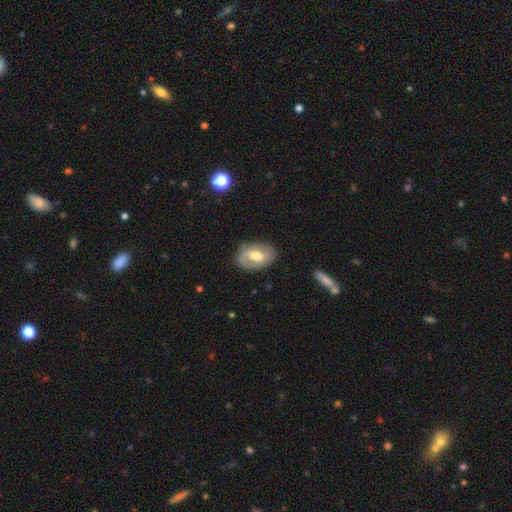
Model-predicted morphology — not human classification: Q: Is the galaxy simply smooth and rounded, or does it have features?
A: featured or disk — 57%.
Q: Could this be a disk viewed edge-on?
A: no — 94%.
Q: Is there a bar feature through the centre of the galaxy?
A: weak — 48%.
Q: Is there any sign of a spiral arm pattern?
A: yes — 64%.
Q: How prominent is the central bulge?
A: moderate — 65%.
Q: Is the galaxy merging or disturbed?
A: none — 76%.